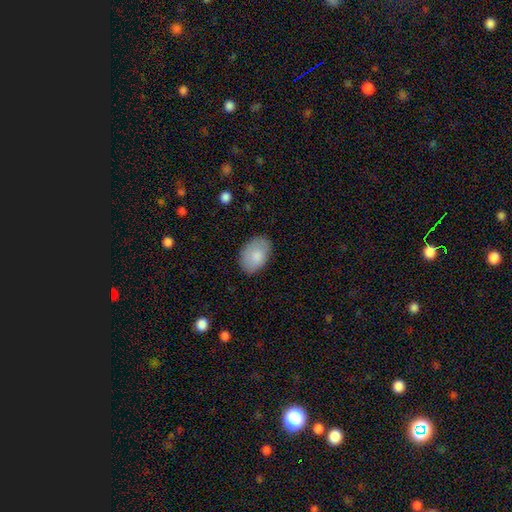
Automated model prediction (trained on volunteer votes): Q: Smooth or featured?
A: smooth (82%); runner-up: featured or disk (12%)
Q: How rounded?
A: in between (88%); runner-up: round (11%)
Q: Merging?
A: none (81%); runner-up: minor disturbance (15%)